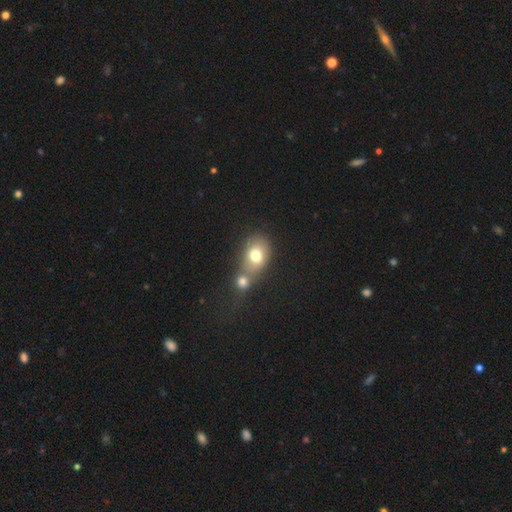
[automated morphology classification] The model was most divided on "how rounded": in between: 61%, round: 37%, cigar-shaped: 1%. More confident: smooth or featured — smooth (74%); merging — merger (56%).